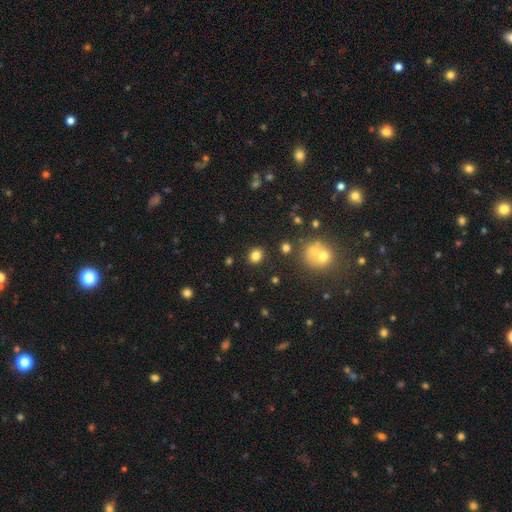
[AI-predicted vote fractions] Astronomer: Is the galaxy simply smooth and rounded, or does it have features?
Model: smooth — 82%.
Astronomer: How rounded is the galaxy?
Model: round — 72%.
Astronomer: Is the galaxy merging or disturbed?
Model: none — 88%.